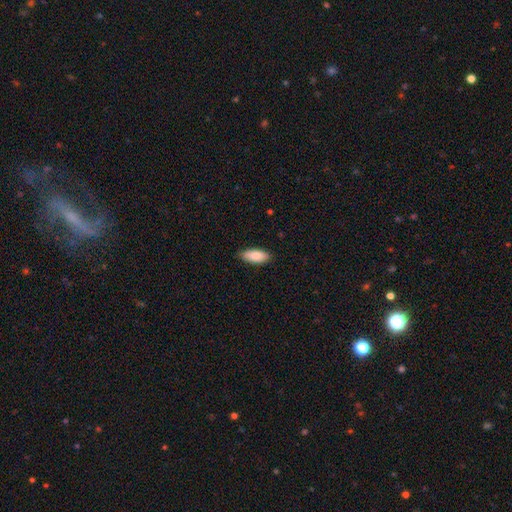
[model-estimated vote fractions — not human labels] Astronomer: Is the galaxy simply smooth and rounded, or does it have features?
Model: smooth — 86%.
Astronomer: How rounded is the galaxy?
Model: in between — 83%.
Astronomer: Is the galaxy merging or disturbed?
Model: none — 86%.